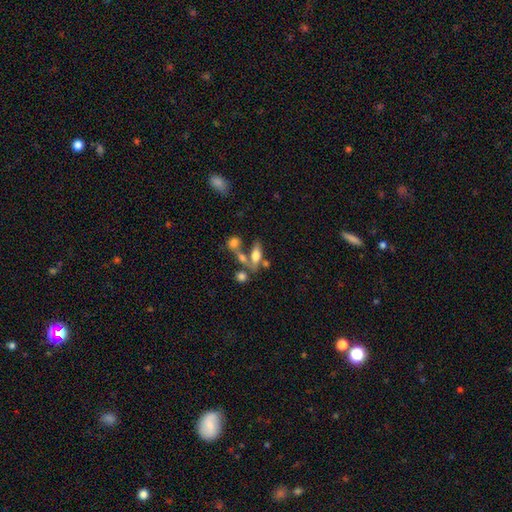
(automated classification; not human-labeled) Smooth or featured? smooth (61%)
How rounded? in between (68%)
Merging? none (42%)